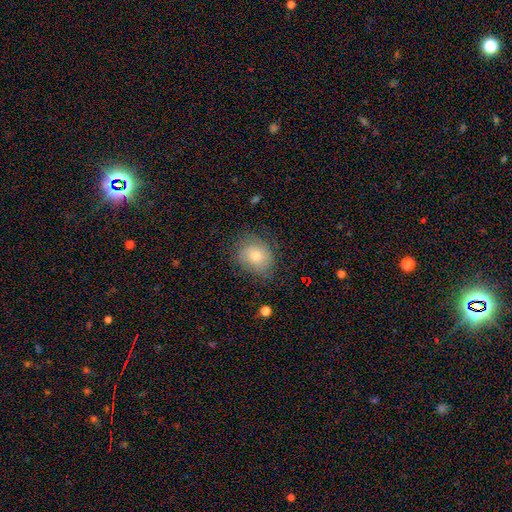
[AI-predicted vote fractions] smooth-or-featured: smooth: 58% | featured or disk: 31% | star or artifact: 10%
  how-rounded: round: 55% | in between: 44% | cigar-shaped: 1%
  merging: none: 70% | minor disturbance: 21% | major disturbance: 8% | merger: 1%